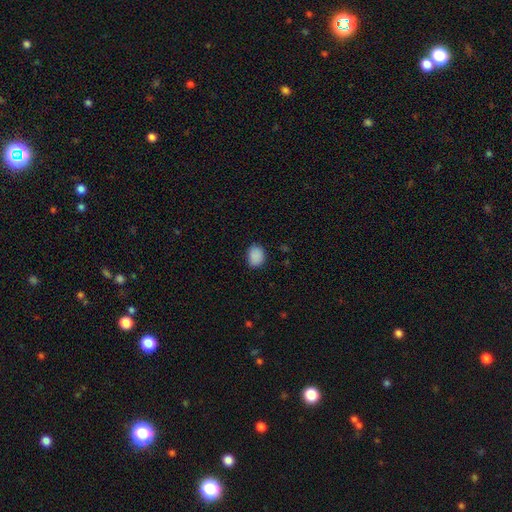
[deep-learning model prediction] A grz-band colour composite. It shows a smooth galaxy with no disk features (89%) that is in between round and cigar-shaped (61%). Merging: none (83%).